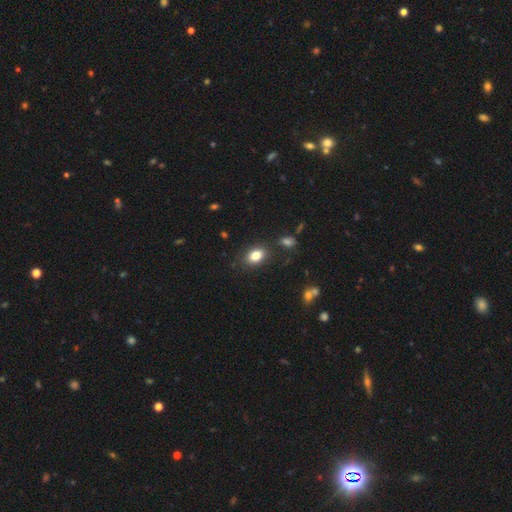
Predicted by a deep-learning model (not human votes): Morphology: type=smooth (82%); roundness=in between (78%); merging=none (83%).